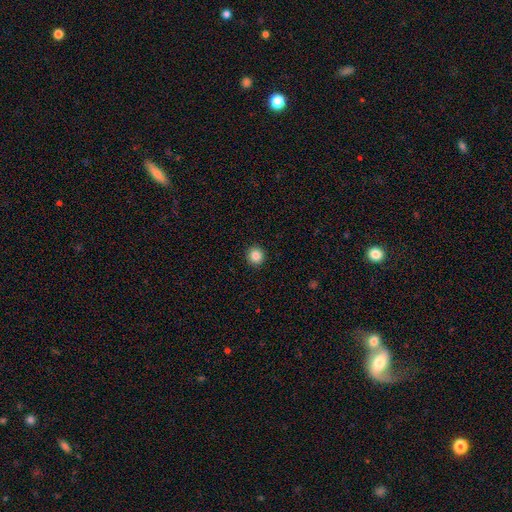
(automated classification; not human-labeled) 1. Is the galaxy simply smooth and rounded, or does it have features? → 86% smooth, 10% star or artifact, 5% featured or disk.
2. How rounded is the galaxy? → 94% round, 5% in between, 1% cigar-shaped.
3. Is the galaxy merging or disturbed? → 93% none, 5% minor disturbance, 2% major disturbance, 1% merger.